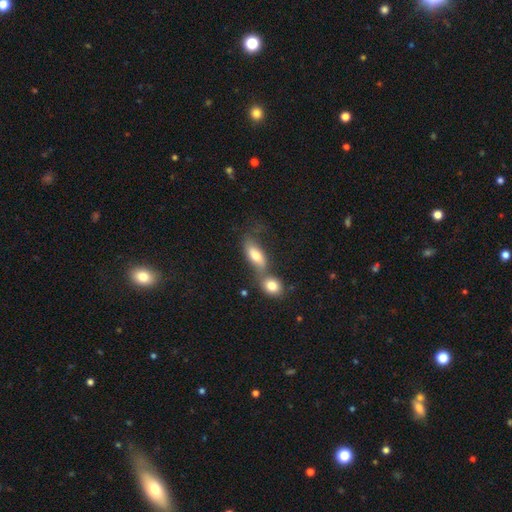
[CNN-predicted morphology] This appears to be a smooth galaxy with no disk features (72%) that is in between round and cigar-shaped (81%). Merging: merger (56%).